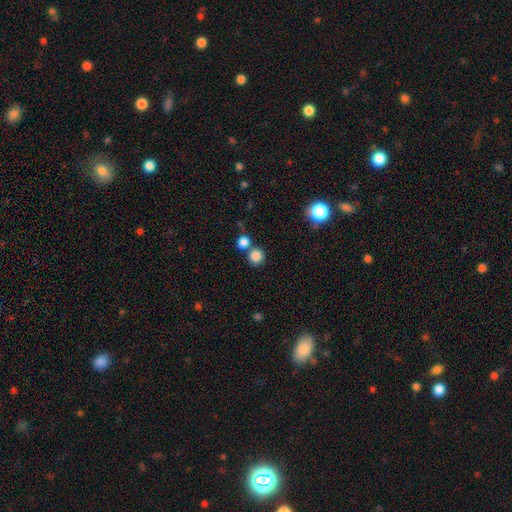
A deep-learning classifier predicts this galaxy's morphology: Overall: smooth (84%). How rounded: round (89%). Merging: none (64%; merger 25%).